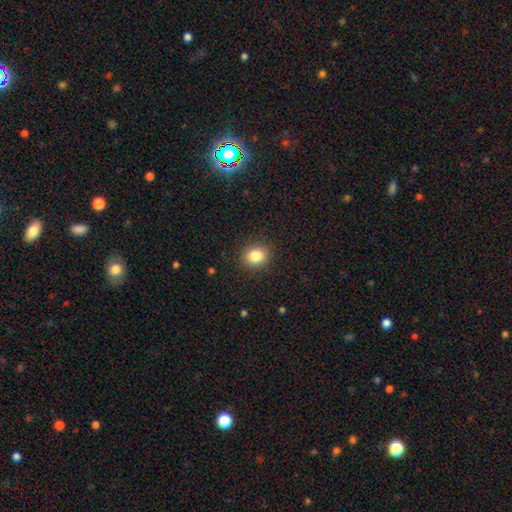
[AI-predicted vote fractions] Smooth or featured? Predicted: smooth (p=0.84). How rounded? Predicted: round (p=0.63). Merging? Predicted: none (p=0.89).